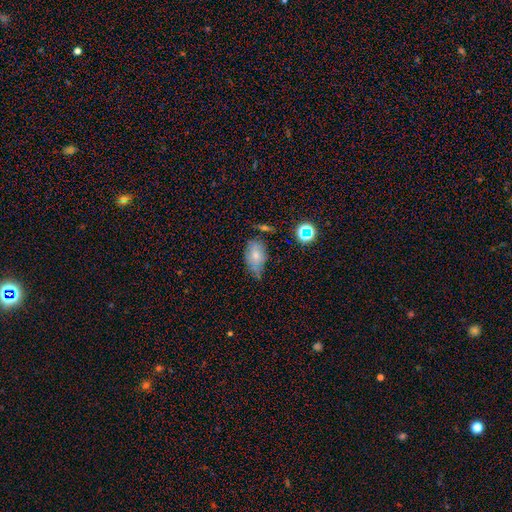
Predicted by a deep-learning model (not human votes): smooth 64%, featured or disk 22%, star or artifact 14%. Down the decision tree: how rounded — in between (86%); merging — none (46%).